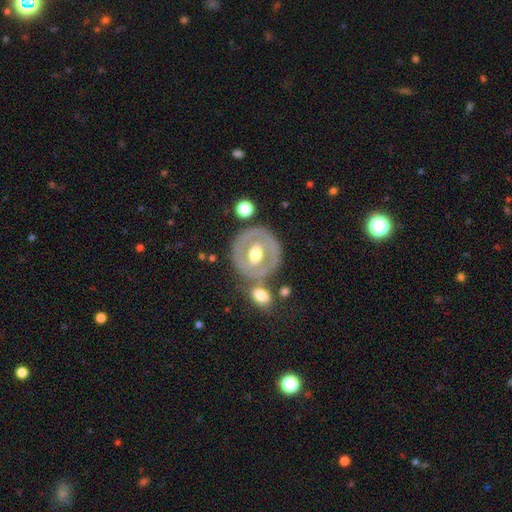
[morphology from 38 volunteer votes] Smooth or featured: featured or disk — 79% (smooth — 18%)
Edge-on disk: no — 97% (yes — 3%)
Bar: weak — 41% (no — 31%)
Spiral arms: no — 59% (yes — 41%)
Bulge size: moderate — 76% (large — 21%)
Merging: none — 81% (minor disturbance — 11%)